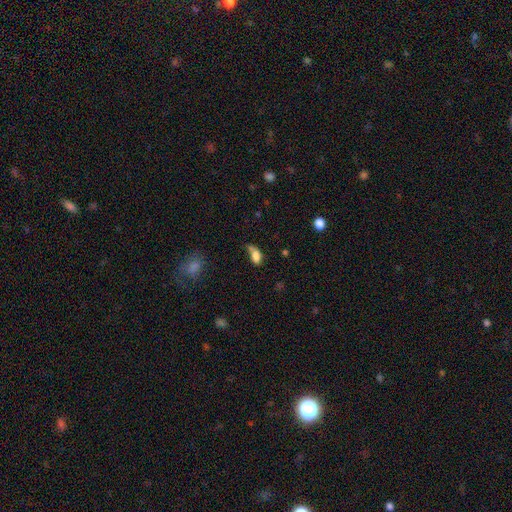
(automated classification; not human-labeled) smooth_or_featured: smooth (p=0.79) [alt: star or artifact p=0.11]
how_rounded: in between (p=0.86) [alt: round p=0.08]
merging: none (p=0.35) [alt: minor disturbance p=0.26]